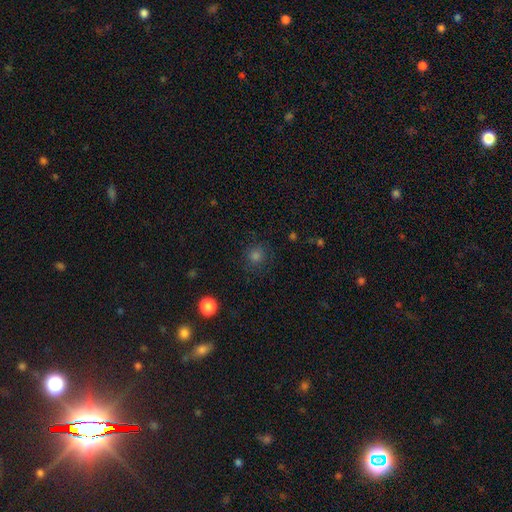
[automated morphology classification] smooth 71%, star or artifact 23%, featured or disk 7%. Down the decision tree: how rounded — round (91%); merging — none (85%).